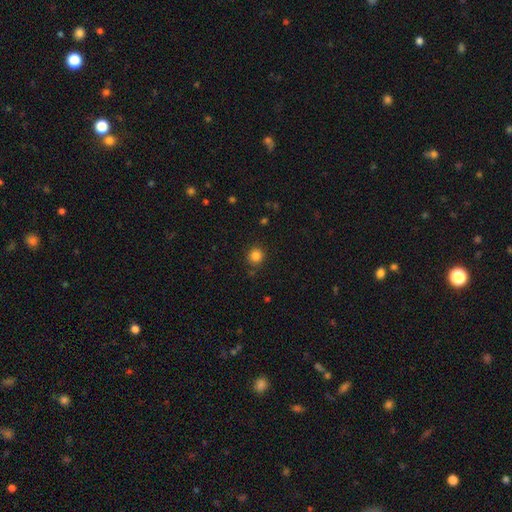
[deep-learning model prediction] Smooth or featured? Predicted: smooth (p=0.84). How rounded? Predicted: round (p=0.90). Merging? Predicted: none (p=0.86).